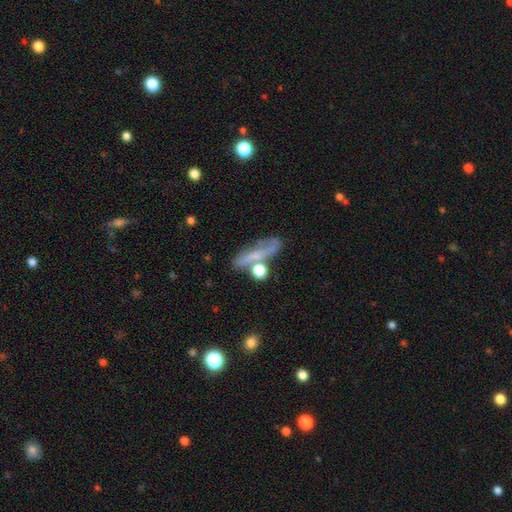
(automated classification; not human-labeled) This appears to be a featured or disk galaxy (46%). Merging: none (51%).